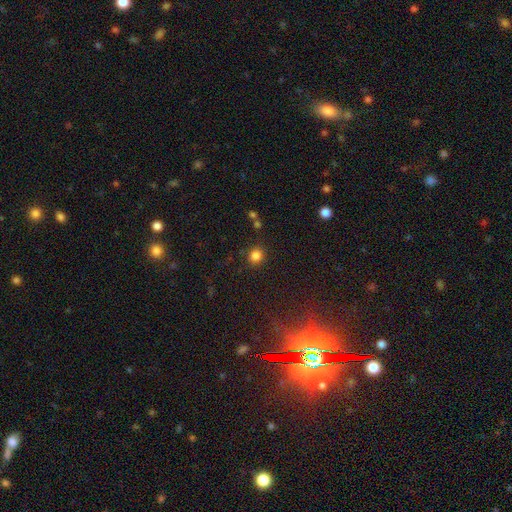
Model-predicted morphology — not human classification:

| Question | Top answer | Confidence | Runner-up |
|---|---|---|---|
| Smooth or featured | smooth | 83% | star or artifact (13%) |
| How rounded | round | 86% | in between (13%) |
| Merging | none | 86% | minor disturbance (8%) |